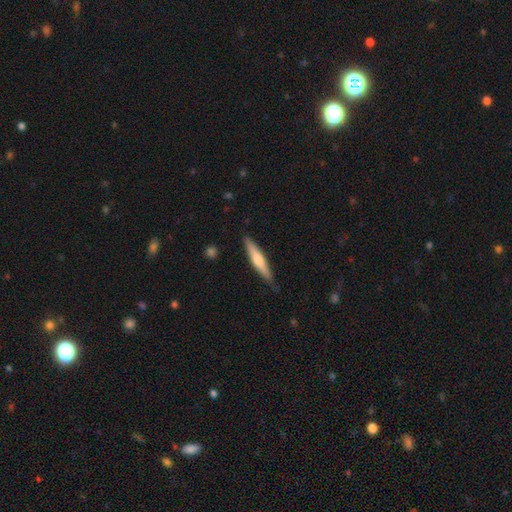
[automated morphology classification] A smooth galaxy with no disk features (47%, tied with featured or disk). Merging: none (86%).